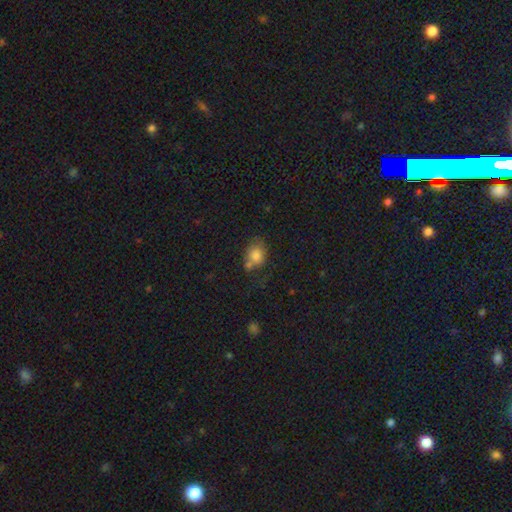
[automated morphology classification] Q: Smooth or featured?
A: smooth (79%); runner-up: featured or disk (11%)
Q: How rounded?
A: in between (58%); runner-up: round (40%)
Q: Merging?
A: none (47%); runner-up: minor disturbance (23%)